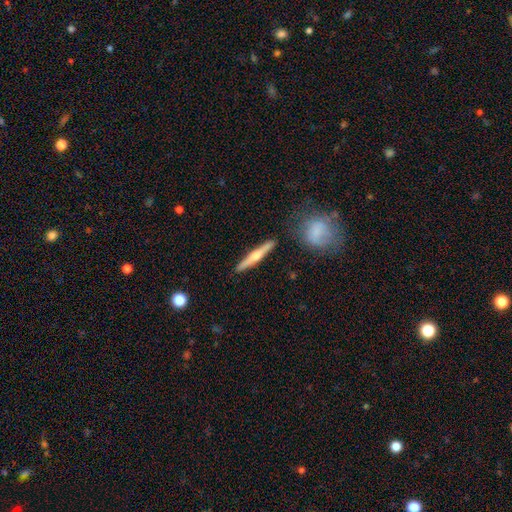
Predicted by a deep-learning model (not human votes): This is possibly a featured or disk galaxy (58%). It is clearly viewed edge-on (96%). Edge-on bulge: clearly rounded (86%). Merging: clearly none (87%).